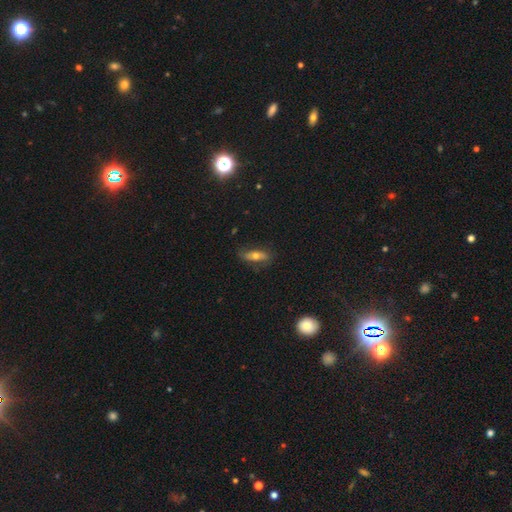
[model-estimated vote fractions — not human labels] Morphology: type=smooth (56%); roundness=in between (64%); merging=none (70%).